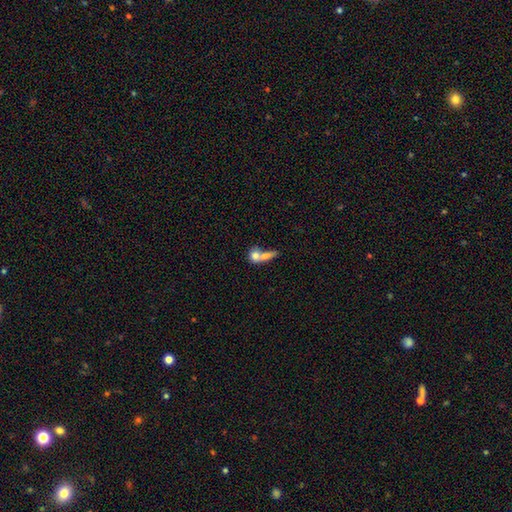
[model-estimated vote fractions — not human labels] A smooth galaxy with no disk features (70%) that is round (47%).

Vote fractions:
- Smooth or featured? smooth: 70% / featured or disk: 21% / star or artifact: 8%
- How rounded? round: 47% / in between: 41% / cigar-shaped: 13%
- Merging? merger: 63% / none: 22% / major disturbance: 7% / minor disturbance: 7%